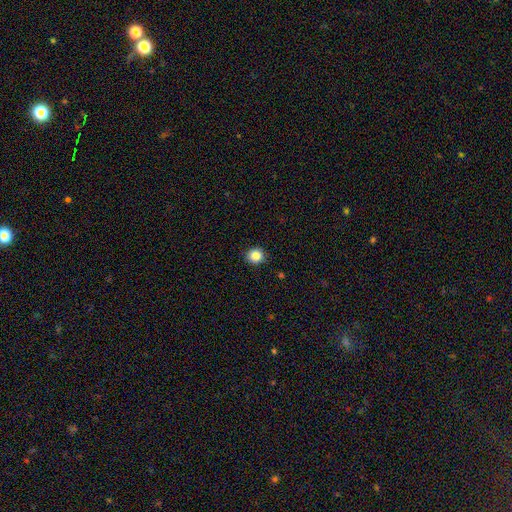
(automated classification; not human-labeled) Overall: smooth (86%). How rounded: round (86%). Merging: none (91%).